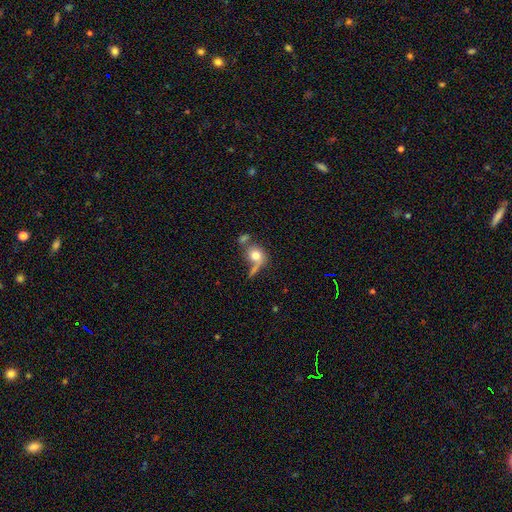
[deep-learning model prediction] A smooth galaxy with no disk features (67%) that is round (63%). Merging: none (32%).